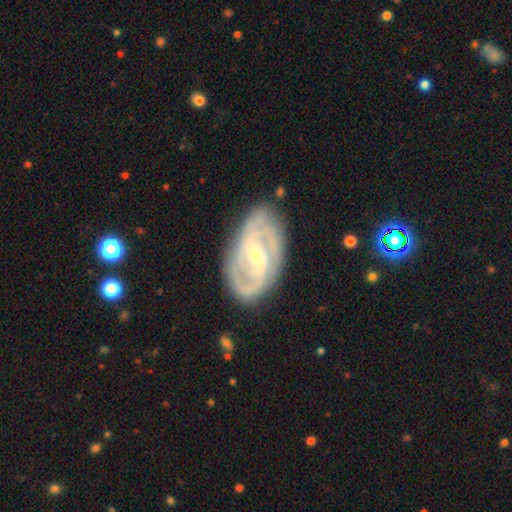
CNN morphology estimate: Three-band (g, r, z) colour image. It shows a featured or disk galaxy (86%) with a weak bar (49%), 2 (64%) tight (48%) spiral arms (94%) and a small central bulge (62%). Merging: none (77%).